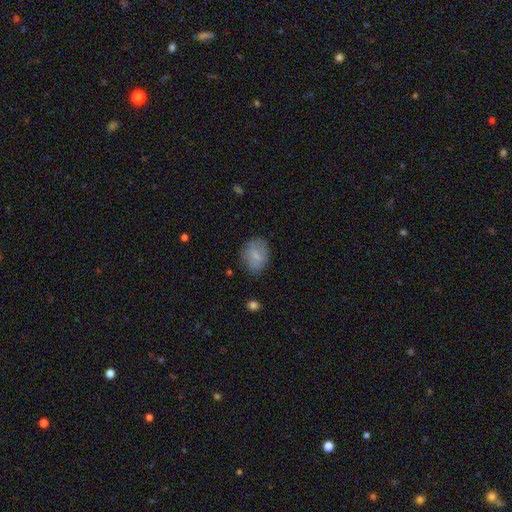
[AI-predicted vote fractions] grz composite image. It shows a smooth galaxy with no disk features (75%) that is in between round and cigar-shaped (70%). Merging: none (75%).